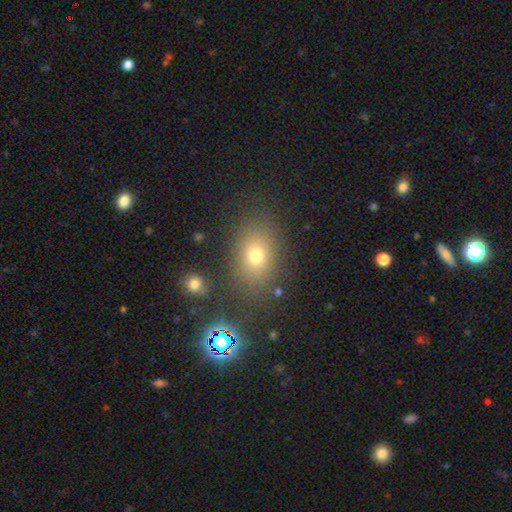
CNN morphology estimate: Smooth or featured?
  - smooth: 70% *
  - star or artifact: 18%
  - featured or disk: 12%
How rounded?
  - in between: 65% *
  - round: 34%
  - cigar-shaped: 2%
Merging?
  - none: 80% *
  - minor disturbance: 11%
  - major disturbance: 5%
  - merger: 4%